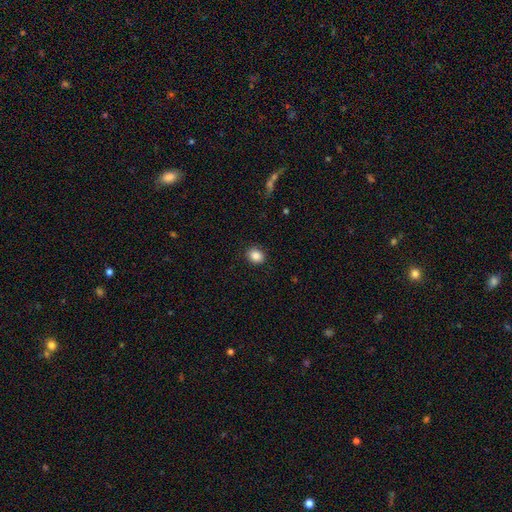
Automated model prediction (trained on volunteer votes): Q: Smooth or featured?
A: smooth (87%); runner-up: star or artifact (9%)
Q: How rounded?
A: round (53%); runner-up: in between (46%)
Q: Merging?
A: none (88%); runner-up: minor disturbance (9%)